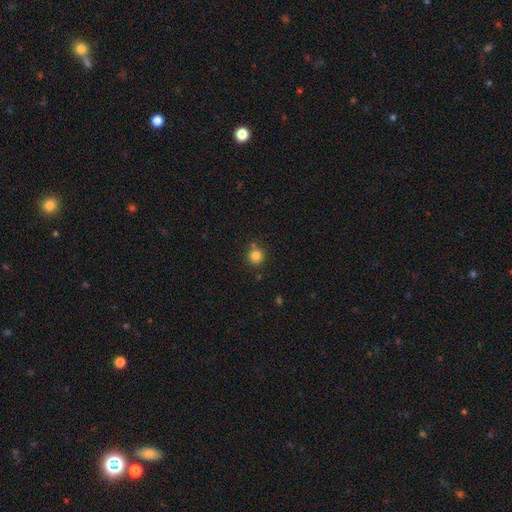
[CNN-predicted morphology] Overall: smooth (83%). How rounded: round (92%). Merging: none (77%).